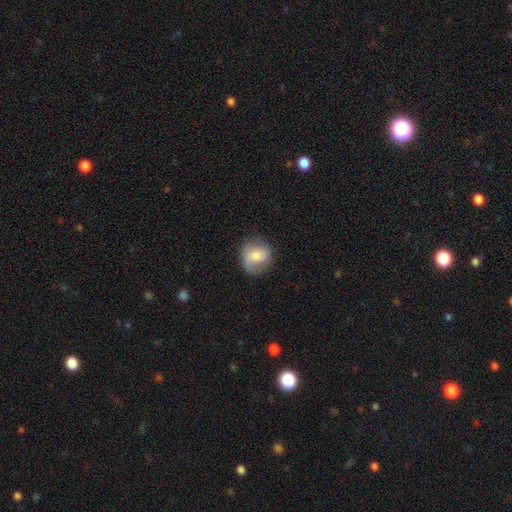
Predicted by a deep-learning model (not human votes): Morphology: type=smooth (61%); roundness=round (76%); merging=none (68%).